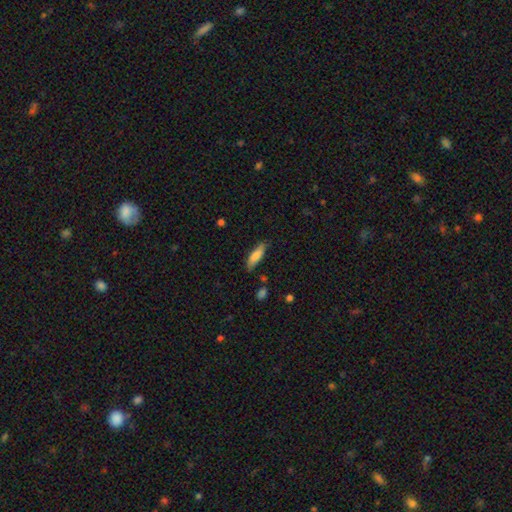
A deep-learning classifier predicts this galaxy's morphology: The model was most divided on "how rounded": cigar-shaped: 53%, in between: 45%, round: 2%. More confident: merging — none (79%); smooth or featured — smooth (79%).